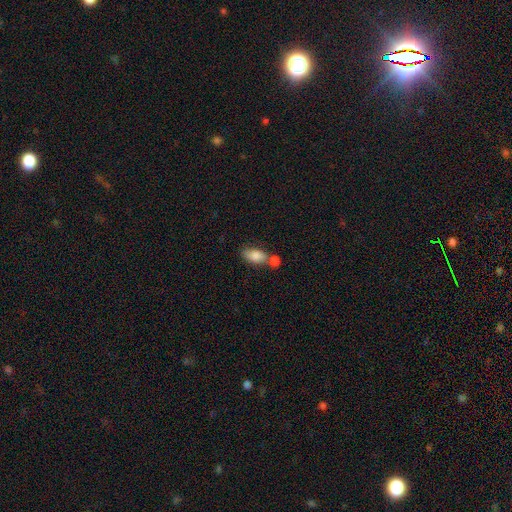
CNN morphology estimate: smooth-or-featured: smooth: 82% | featured or disk: 11% | star or artifact: 7%
  how-rounded: in between: 88% | round: 6% | cigar-shaped: 6%
  merging: merger: 42% | none: 40% | minor disturbance: 13% | major disturbance: 5%